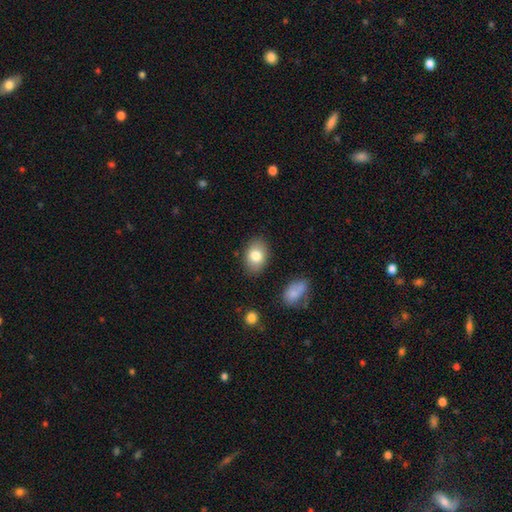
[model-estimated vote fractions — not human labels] This is clearly a smooth galaxy (81%). How rounded: clearly in between (81%). Merging: clearly none (85%).